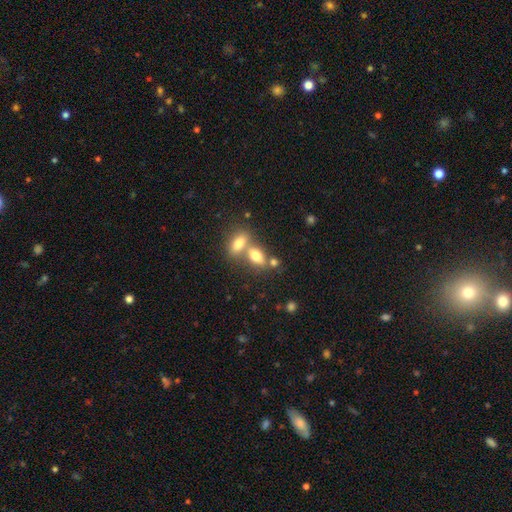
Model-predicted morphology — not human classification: smooth-or-featured: smooth: 76% | featured or disk: 15% | star or artifact: 9%
  how-rounded: in between: 82% | round: 9% | cigar-shaped: 8%
  merging: merger: 53% | none: 35% | minor disturbance: 8% | major disturbance: 4%